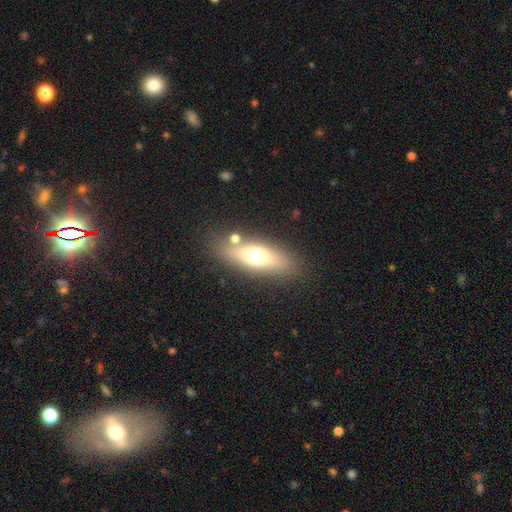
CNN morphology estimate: Smooth or featured: smooth — 58% (featured or disk — 32%)
How rounded: in between — 56% (cigar-shaped — 39%)
Merging: none — 79% (minor disturbance — 10%)